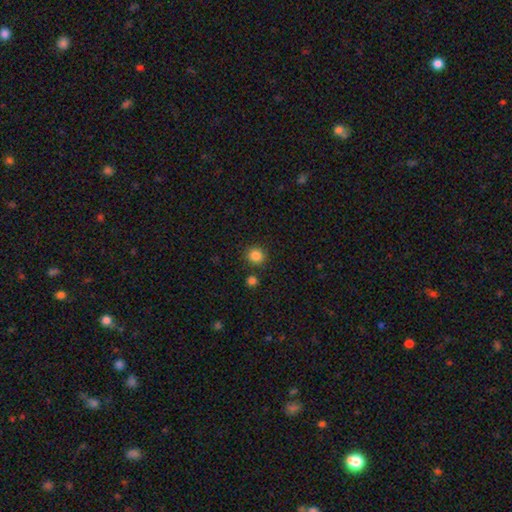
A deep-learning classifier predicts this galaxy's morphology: The model was most divided on "smooth or featured": smooth: 85%, star or artifact: 11%, featured or disk: 4%. More confident: how rounded — round (89%); merging — none (85%).